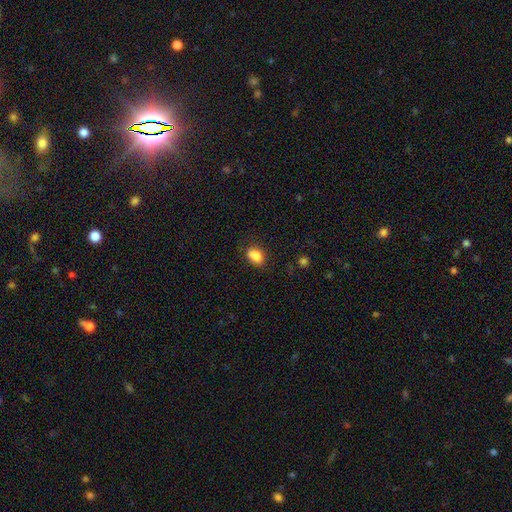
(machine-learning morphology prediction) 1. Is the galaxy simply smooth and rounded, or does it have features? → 83% smooth, 10% star or artifact, 7% featured or disk.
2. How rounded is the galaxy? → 78% in between, 20% round, 2% cigar-shaped.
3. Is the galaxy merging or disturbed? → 65% none, 22% minor disturbance, 7% merger, 6% major disturbance.